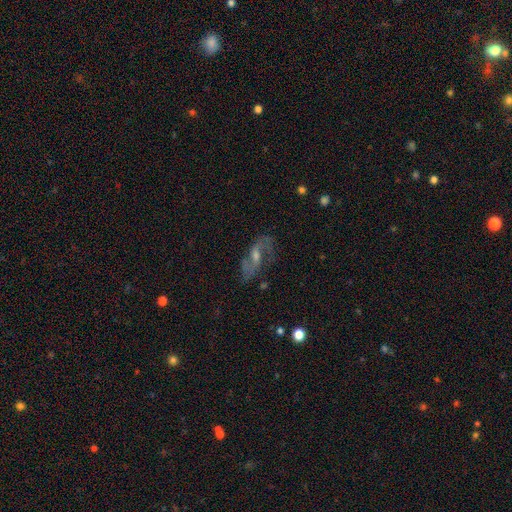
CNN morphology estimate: featured or disk 75%, smooth 14%, star or artifact 11%. Down the decision tree: edge-on disk — no (91%); bar — weak (49%); spiral arms — yes (90%); spiral arm count — 2 (82%); spiral winding — loose (45%); bulge size — moderate (47%); merging — none (69%).